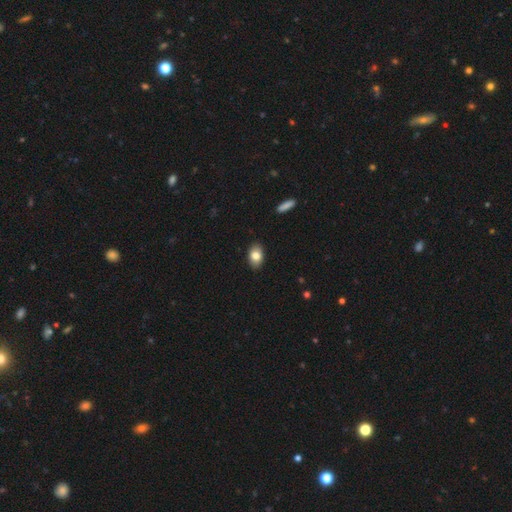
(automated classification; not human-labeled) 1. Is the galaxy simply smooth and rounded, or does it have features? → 81% smooth, 11% featured or disk, 8% star or artifact.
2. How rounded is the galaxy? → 88% in between, 10% round, 1% cigar-shaped.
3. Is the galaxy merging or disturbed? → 89% none, 9% minor disturbance, 2% major disturbance, 1% merger.